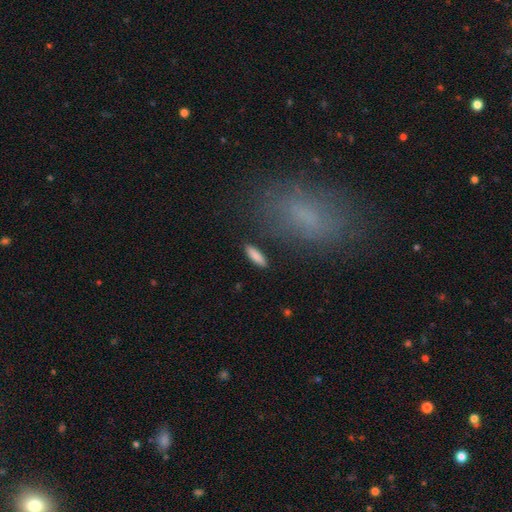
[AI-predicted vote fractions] smooth_or_featured: smooth (p=0.86) [alt: featured or disk p=0.07]
how_rounded: cigar-shaped (p=0.58) [alt: in between p=0.41]
merging: none (p=0.88) [alt: minor disturbance p=0.08]